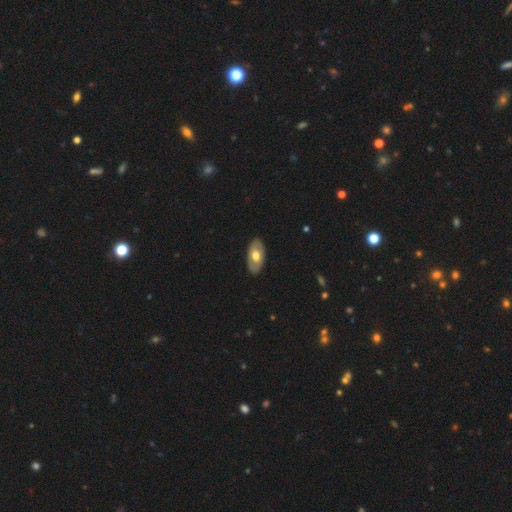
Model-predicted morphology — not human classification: smooth-or-featured: smooth: 55% | featured or disk: 40% | star or artifact: 5%
  how-rounded: in between: 93% | round: 4% | cigar-shaped: 3%
  merging: none: 87% | minor disturbance: 10% | major disturbance: 2% | merger: 1%